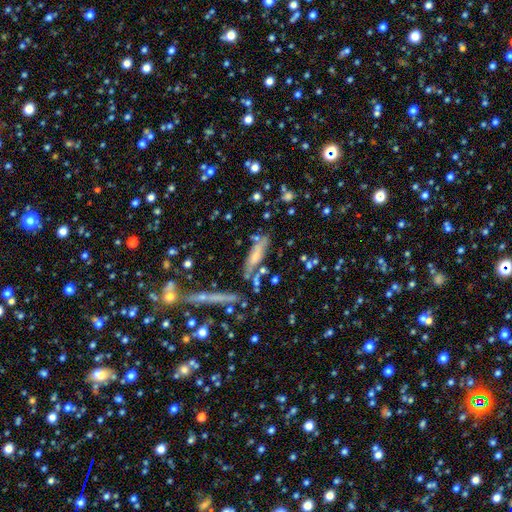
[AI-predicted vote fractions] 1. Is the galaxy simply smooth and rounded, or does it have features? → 52% smooth, 38% featured or disk, 10% star or artifact.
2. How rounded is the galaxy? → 64% cigar-shaped, 33% in between, 3% round.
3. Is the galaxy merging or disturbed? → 58% none, 21% minor disturbance, 14% merger, 8% major disturbance.